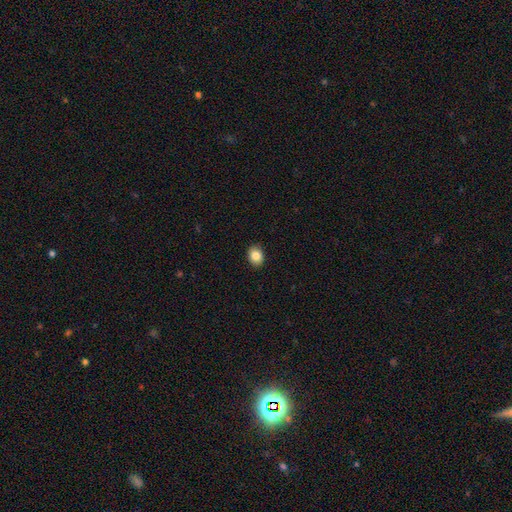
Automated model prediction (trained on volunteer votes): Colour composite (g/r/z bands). It shows a smooth galaxy with no disk features (85%) that is in between round and cigar-shaped (53%). Merging: none (90%).